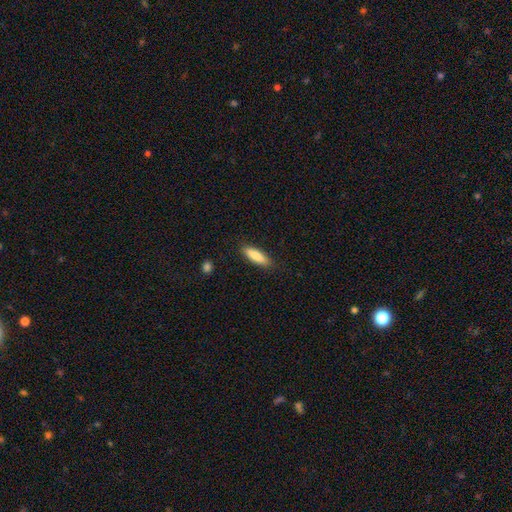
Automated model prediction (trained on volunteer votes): A smooth galaxy with no disk features (85%) that is cigar-shaped (57%).

Vote fractions:
- Smooth or featured? smooth: 85% / featured or disk: 10% / star or artifact: 6%
- How rounded? cigar-shaped: 57% / in between: 42% / round: 2%
- Merging? none: 87% / minor disturbance: 10% / major disturbance: 2% / merger: 1%